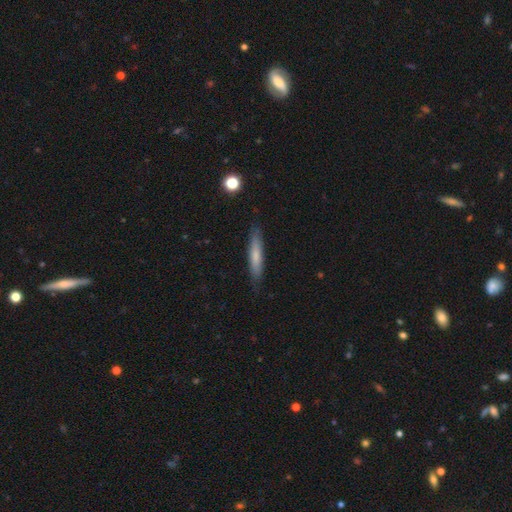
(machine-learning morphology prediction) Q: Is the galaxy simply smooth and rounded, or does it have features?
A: smooth — 69%.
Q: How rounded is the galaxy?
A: cigar-shaped — 88%.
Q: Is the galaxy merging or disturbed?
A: none — 85%.